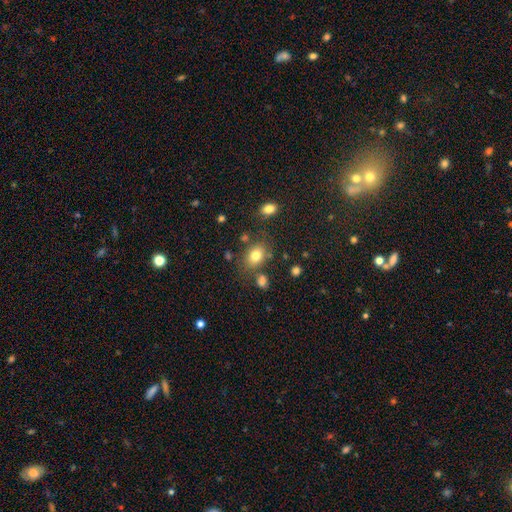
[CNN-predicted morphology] A smooth galaxy with no disk features (78%) that is in between round and cigar-shaped (66%). Merging: none (72%).